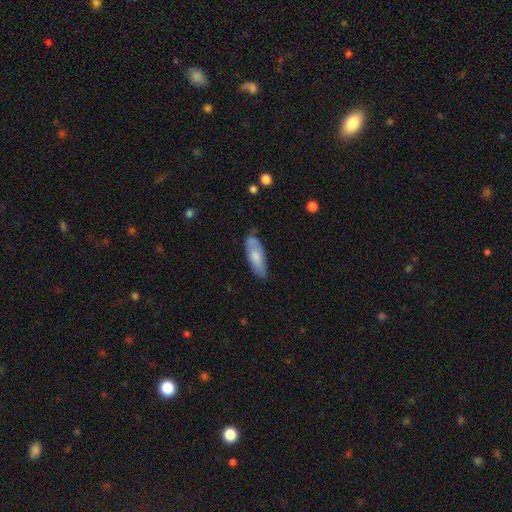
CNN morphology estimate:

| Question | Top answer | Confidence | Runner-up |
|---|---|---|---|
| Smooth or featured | smooth | 71% | featured or disk (23%) |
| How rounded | in between | 62% | cigar-shaped (36%) |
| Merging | none | 66% | minor disturbance (25%) |